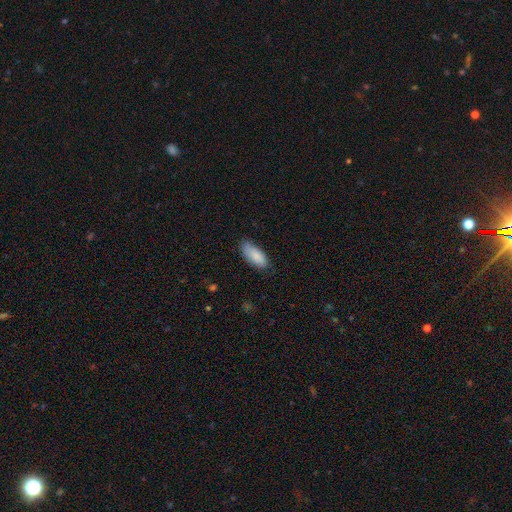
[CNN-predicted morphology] Smooth or featured?
  - smooth: 87% *
  - featured or disk: 7%
  - star or artifact: 6%
How rounded?
  - in between: 84% *
  - cigar-shaped: 15%
  - round: 2%
Merging?
  - none: 73% *
  - minor disturbance: 22%
  - major disturbance: 4%
  - merger: 1%